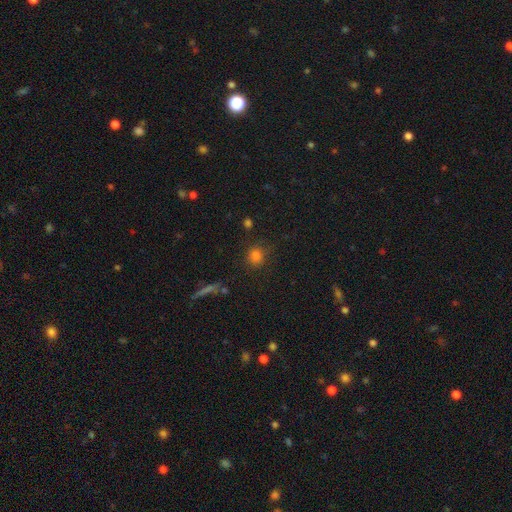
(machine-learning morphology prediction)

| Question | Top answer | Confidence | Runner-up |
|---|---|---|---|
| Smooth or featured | smooth | 81% | star or artifact (14%) |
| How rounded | round | 84% | in between (15%) |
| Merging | none | 82% | minor disturbance (11%) |